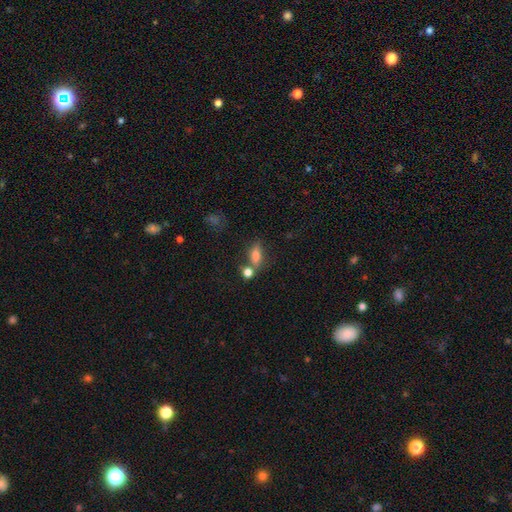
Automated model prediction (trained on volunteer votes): Smooth or featured? Predicted: smooth (p=0.76). How rounded? Predicted: in between (p=0.73). Merging? Predicted: none (p=0.52).